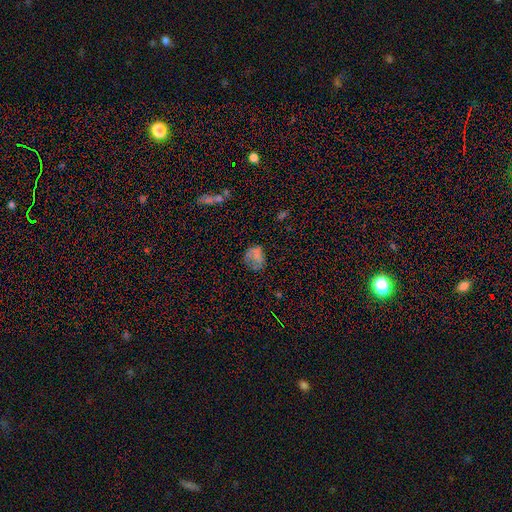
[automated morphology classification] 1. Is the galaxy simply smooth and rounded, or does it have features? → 62% smooth, 20% star or artifact, 19% featured or disk.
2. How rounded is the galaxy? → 56% round, 43% in between, 2% cigar-shaped.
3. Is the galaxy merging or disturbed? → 55% none, 26% minor disturbance, 16% major disturbance, 3% merger.